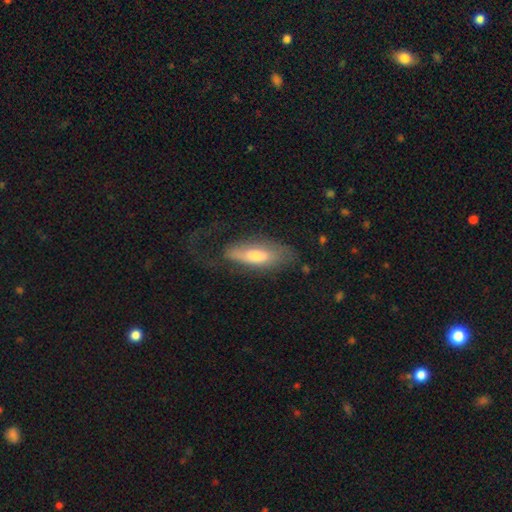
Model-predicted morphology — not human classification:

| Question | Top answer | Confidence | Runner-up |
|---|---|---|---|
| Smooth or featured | smooth | 58% | featured or disk (36%) |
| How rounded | in between | 64% | cigar-shaped (34%) |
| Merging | none | 41% | major disturbance (33%) |